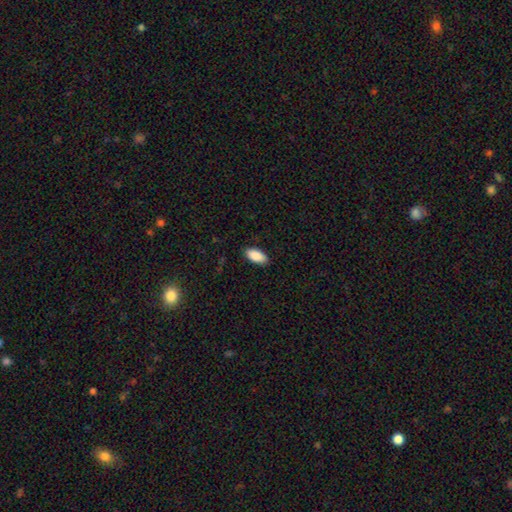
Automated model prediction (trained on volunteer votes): smooth-or-featured: smooth: 90% | star or artifact: 6% | featured or disk: 4%
  how-rounded: in between: 93% | cigar-shaped: 4% | round: 2%
  merging: none: 87% | minor disturbance: 10% | major disturbance: 2% | merger: 1%